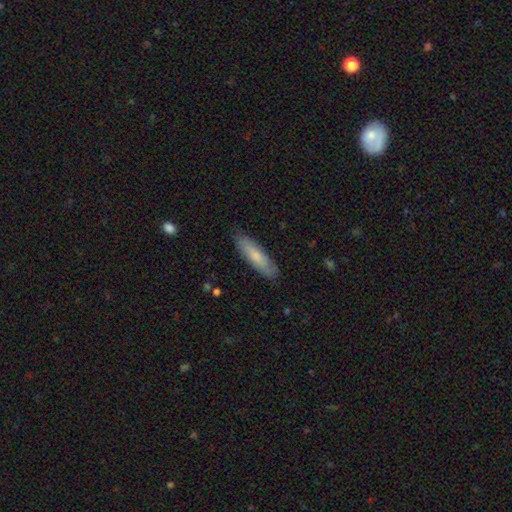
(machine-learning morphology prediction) Smooth or featured: smooth — 71% (featured or disk — 23%)
How rounded: cigar-shaped — 71% (in between — 28%)
Merging: none — 86% (minor disturbance — 11%)